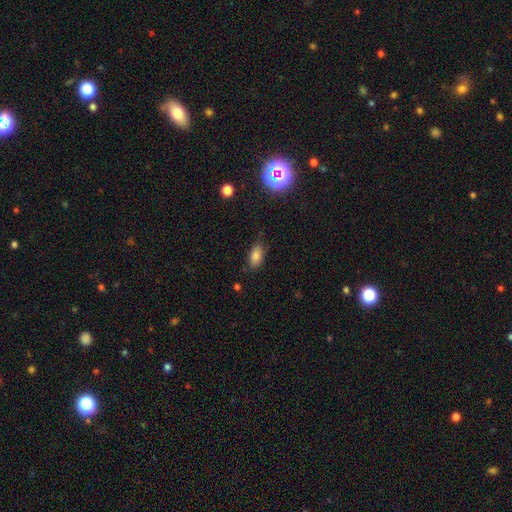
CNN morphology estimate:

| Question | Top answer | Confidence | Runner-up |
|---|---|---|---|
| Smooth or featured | smooth | 82% | star or artifact (10%) |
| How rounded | in between | 89% | round (6%) |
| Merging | none | 77% | minor disturbance (17%) |